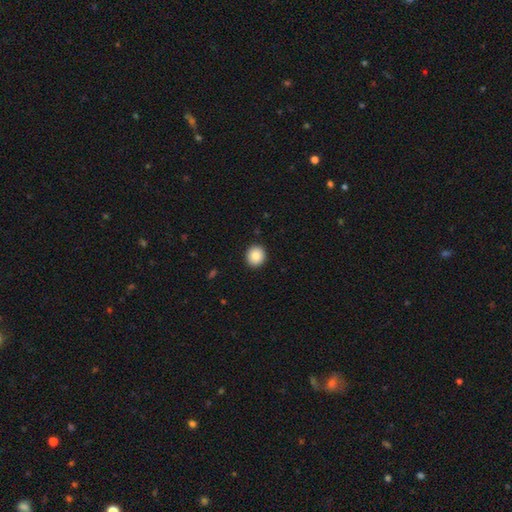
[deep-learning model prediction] Smooth or featured?
  - smooth: 86% *
  - star or artifact: 8%
  - featured or disk: 5%
How rounded?
  - round: 88% *
  - in between: 11%
  - cigar-shaped: 1%
Merging?
  - none: 92% *
  - minor disturbance: 5%
  - major disturbance: 2%
  - merger: 1%